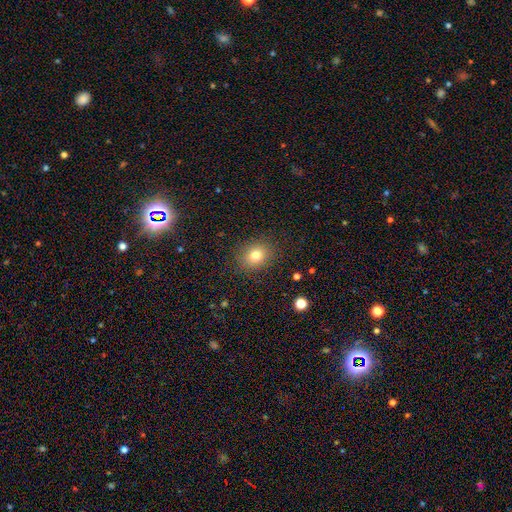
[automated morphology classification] Smooth or featured?
  - smooth: 78% *
  - star or artifact: 13%
  - featured or disk: 9%
How rounded?
  - round: 64% *
  - in between: 35%
  - cigar-shaped: 1%
Merging?
  - none: 87% *
  - minor disturbance: 9%
  - major disturbance: 3%
  - merger: 1%